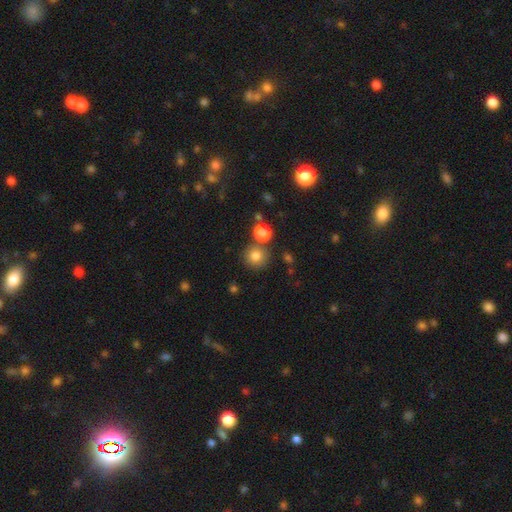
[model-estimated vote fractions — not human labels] Smooth or featured? smooth (81%)
How rounded? round (91%)
Merging? none (77%)